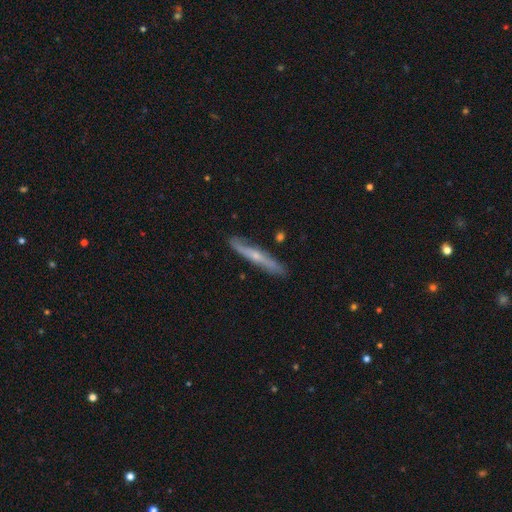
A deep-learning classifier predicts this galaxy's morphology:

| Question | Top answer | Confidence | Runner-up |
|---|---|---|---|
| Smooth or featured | featured or disk | 63% | smooth (31%) |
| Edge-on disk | yes | 84% | no (16%) |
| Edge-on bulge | rounded | 65% | none (31%) |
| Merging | none | 82% | minor disturbance (13%) |